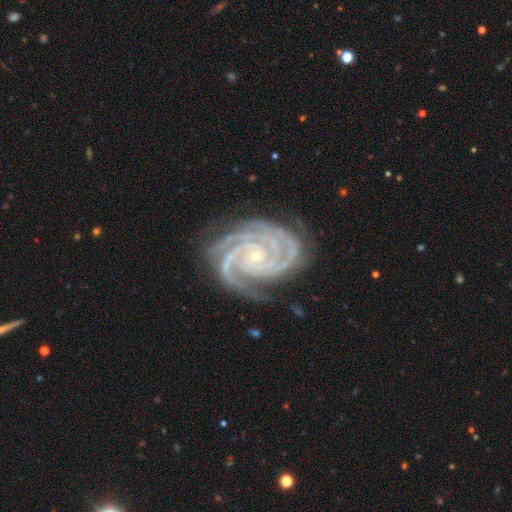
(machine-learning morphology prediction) This is clearly a featured or disk galaxy (93%). It is clearly not viewed edge-on (98%). Bar: likely no (72%). Spiral arm pattern: clearly yes (99%). Spiral arm count: marginally 3 (36%). Spiral winding: likely tight (79%). Central bulge: clearly small (82%). Merging: likely none (75%).